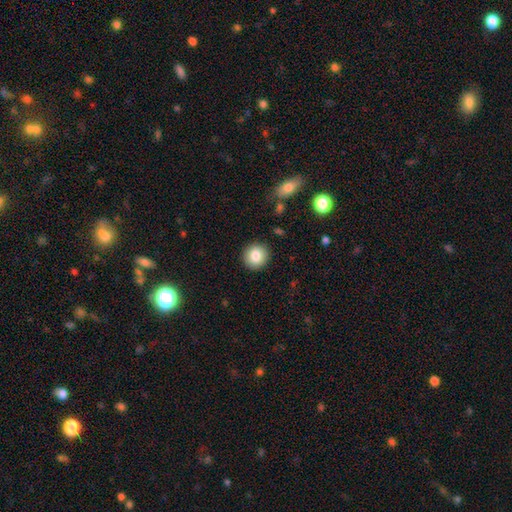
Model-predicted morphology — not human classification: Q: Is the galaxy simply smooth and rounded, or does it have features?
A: smooth — 85%.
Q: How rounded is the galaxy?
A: round — 91%.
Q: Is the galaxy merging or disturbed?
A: none — 91%.